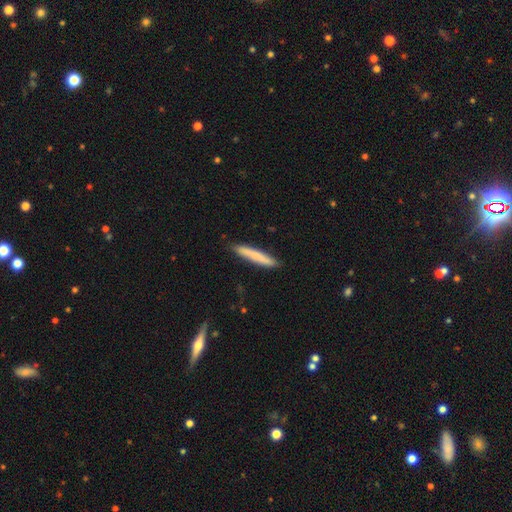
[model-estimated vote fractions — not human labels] smooth_or_featured: smooth (p=0.74) [alt: featured or disk p=0.20]
how_rounded: cigar-shaped (p=0.94) [alt: in between p=0.05]
merging: none (p=0.88) [alt: minor disturbance p=0.10]